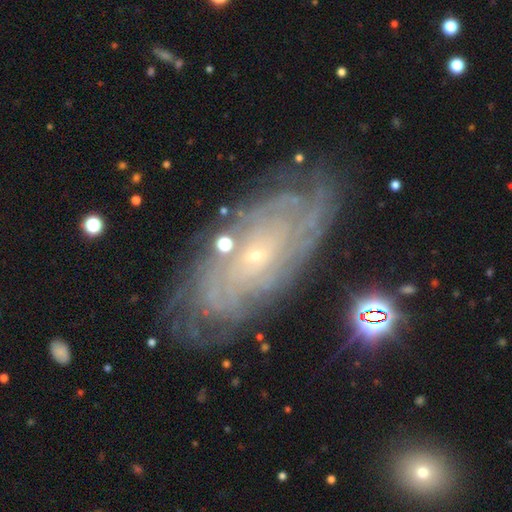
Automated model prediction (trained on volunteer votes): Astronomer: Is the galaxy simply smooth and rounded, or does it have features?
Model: featured or disk — 82%.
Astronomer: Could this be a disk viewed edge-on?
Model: no — 92%.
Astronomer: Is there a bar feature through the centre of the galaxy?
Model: no — 73%.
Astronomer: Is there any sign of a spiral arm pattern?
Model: yes — 94%.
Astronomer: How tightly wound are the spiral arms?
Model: tight — 81%.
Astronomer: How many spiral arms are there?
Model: can't tell — 47%.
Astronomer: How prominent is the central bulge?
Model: small — 87%.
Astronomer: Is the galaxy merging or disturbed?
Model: none — 80%.